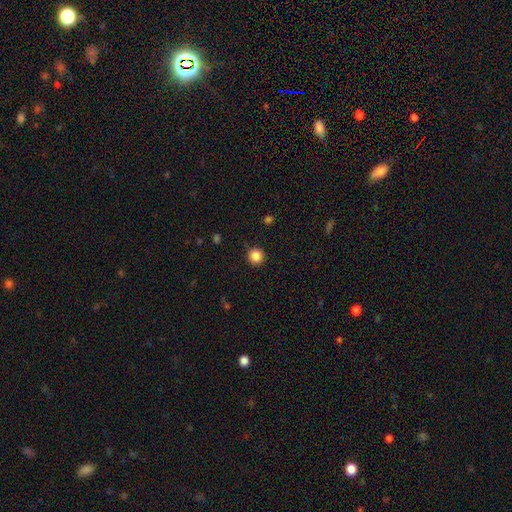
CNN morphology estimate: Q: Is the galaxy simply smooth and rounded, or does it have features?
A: smooth — 85%.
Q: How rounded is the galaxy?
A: round — 94%.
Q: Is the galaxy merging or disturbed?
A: none — 88%.